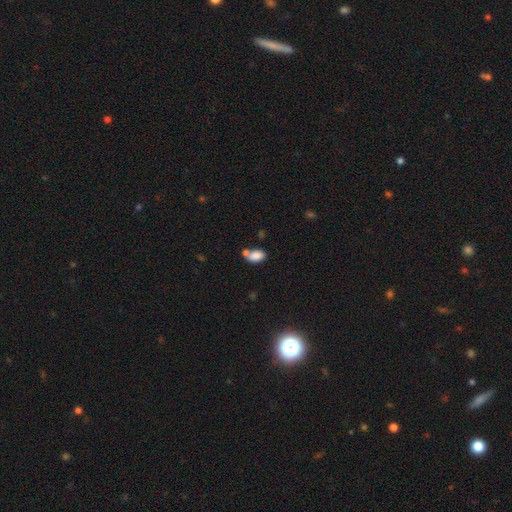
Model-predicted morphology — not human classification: type=smooth (83%); roundness=in between (89%); merging=none (43%).